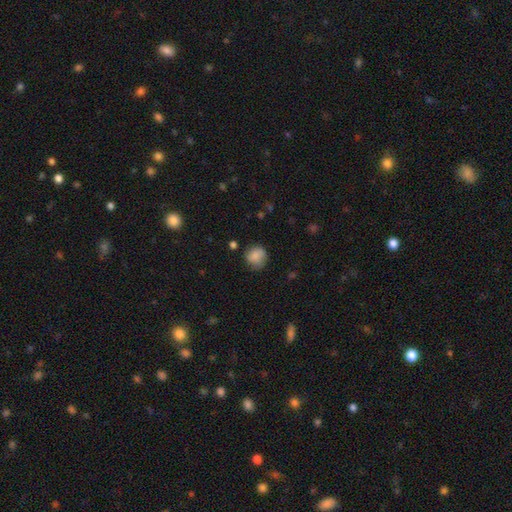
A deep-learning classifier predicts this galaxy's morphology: A smooth galaxy with no disk features (82%) that is round (82%).

Vote fractions:
- Smooth or featured? smooth: 82% / featured or disk: 10% / star or artifact: 9%
- How rounded? round: 82% / in between: 17% / cigar-shaped: 1%
- Merging? none: 67% / minor disturbance: 24% / major disturbance: 7% / merger: 2%